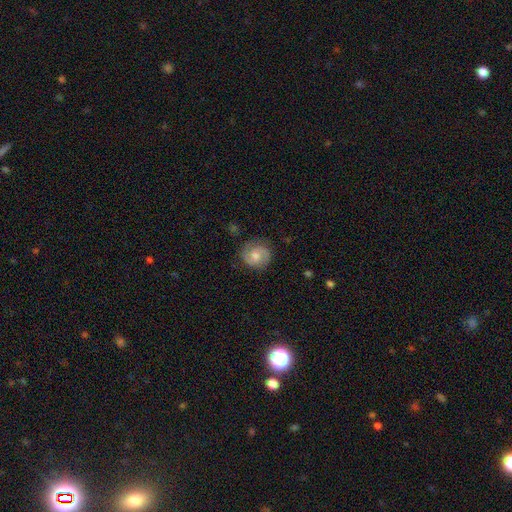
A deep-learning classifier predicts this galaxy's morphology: A featured or disk galaxy (50%). Merging: none (80%).